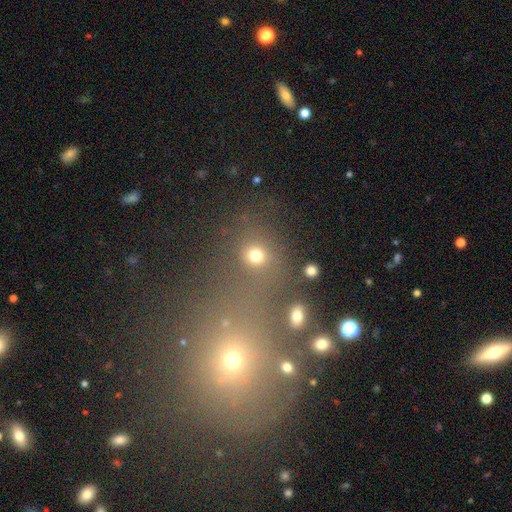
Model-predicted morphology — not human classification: This appears to be a smooth galaxy with no disk features (71%) that is round (80%). Merging: none (66%).